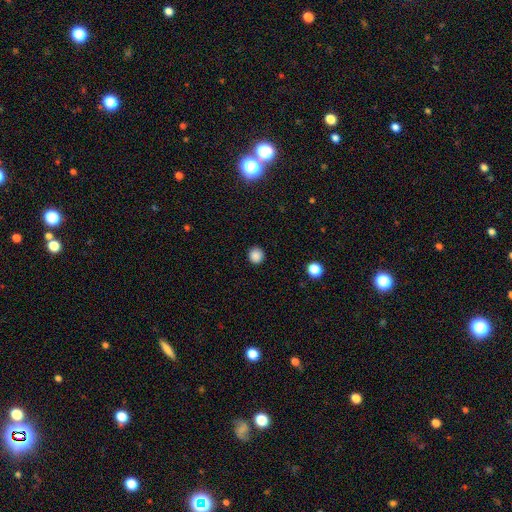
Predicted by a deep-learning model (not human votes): Smooth or featured: smooth — 86% (star or artifact — 12%)
How rounded: round — 92% (in between — 7%)
Merging: none — 91% (minor disturbance — 6%)